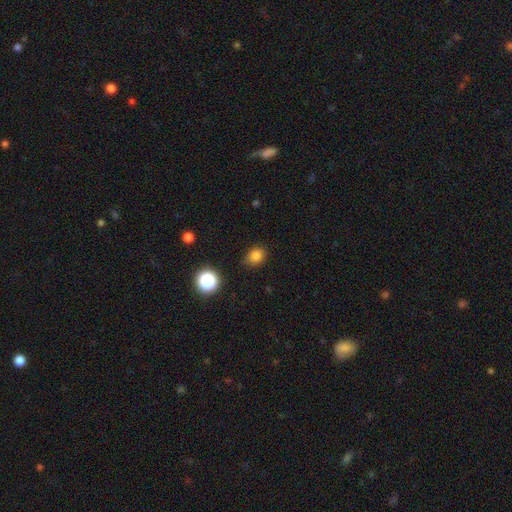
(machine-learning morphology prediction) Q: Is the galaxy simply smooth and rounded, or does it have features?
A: smooth — 81%.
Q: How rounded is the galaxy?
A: in between — 52%.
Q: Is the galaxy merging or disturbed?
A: none — 80%.